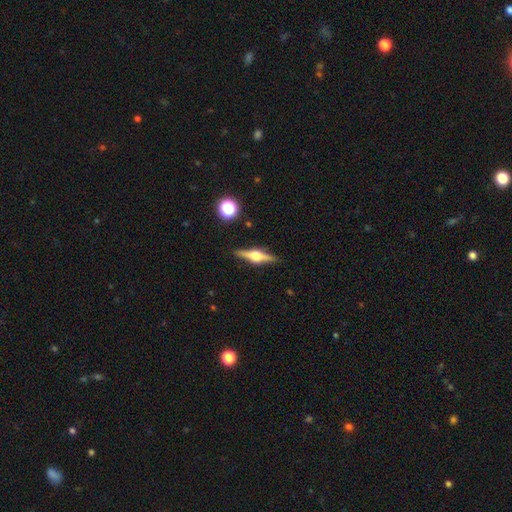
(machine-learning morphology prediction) smooth_or_featured: featured or disk (p=0.77) [alt: smooth p=0.16]
disk_edge_on: yes (p=0.98) [alt: no p=0.02]
edge_on_bulge: rounded (p=0.93) [alt: boxy p=0.05]
merging: none (p=0.90) [alt: minor disturbance p=0.07]